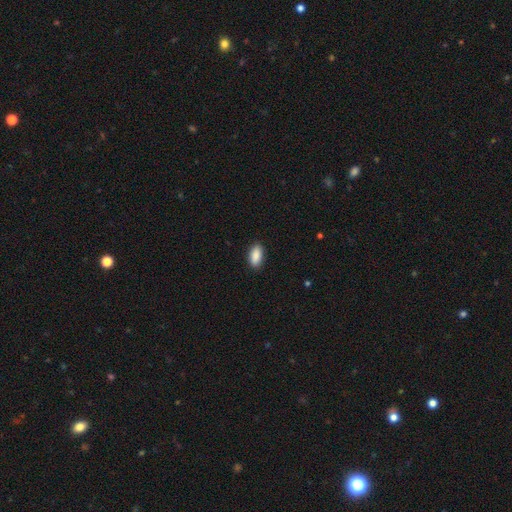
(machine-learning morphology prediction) Overall: smooth (90%). How rounded: in between (91%). Merging: none (89%).